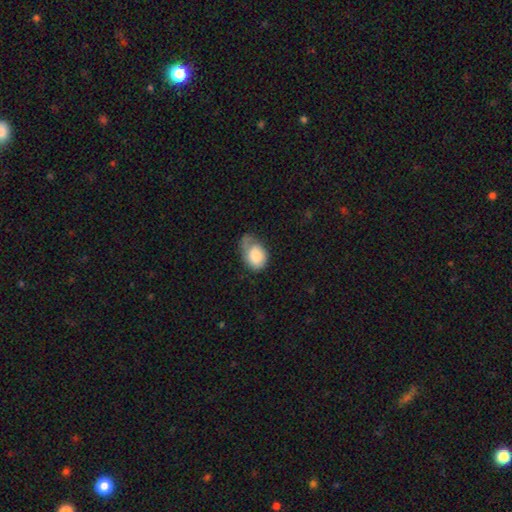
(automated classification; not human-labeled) The model was most divided on "merging": minor disturbance: 39%, major disturbance: 29%, none: 28%, merger: 4%. More confident: how rounded — in between (81%); smooth or featured — smooth (76%).